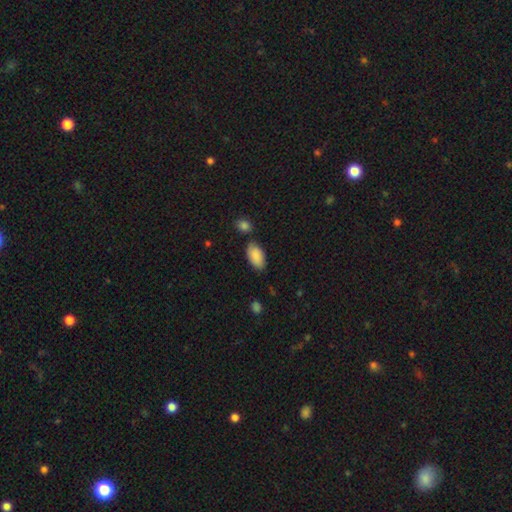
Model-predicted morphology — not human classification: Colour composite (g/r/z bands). It shows a smooth galaxy with no disk features (88%) that is in between round and cigar-shaped (95%). Merging: none (75%).